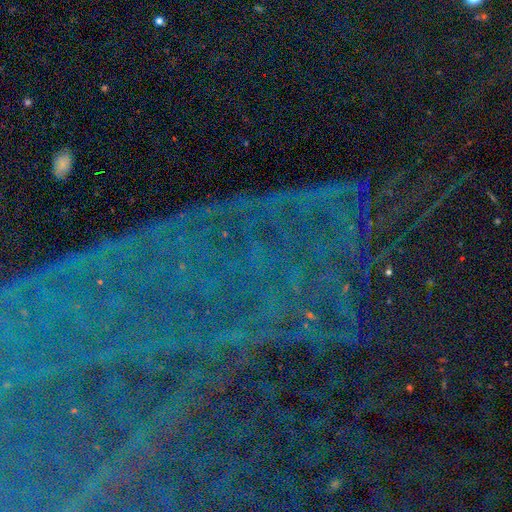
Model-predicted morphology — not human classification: A star or artifact, not a galaxy (87%).

Vote fractions:
- Smooth or featured? star or artifact: 87% / featured or disk: 7% / smooth: 6%